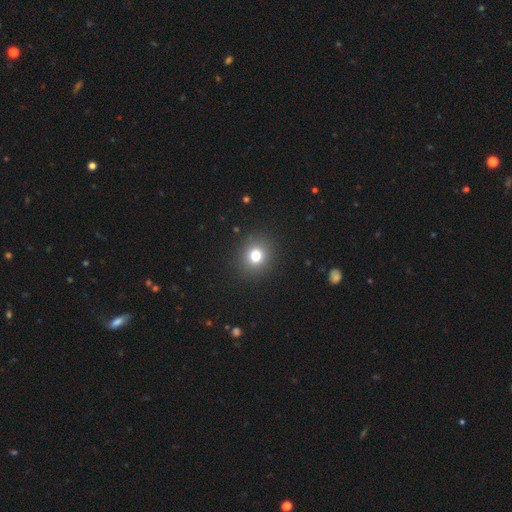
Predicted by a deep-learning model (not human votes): Smooth or featured? smooth (77%)
How rounded? round (82%)
Merging? none (90%)